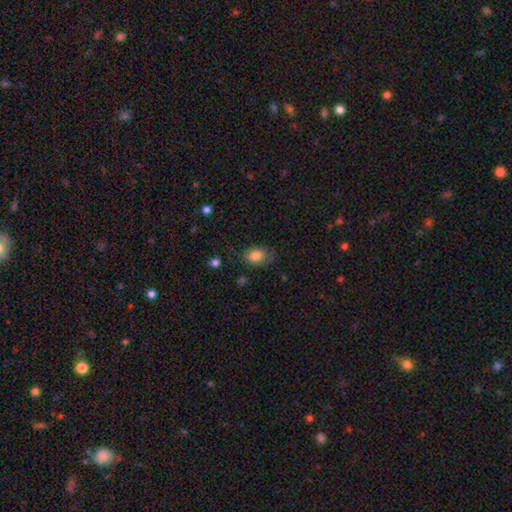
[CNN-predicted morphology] The model was most divided on "how rounded": in between: 71%, round: 28%, cigar-shaped: 1%. More confident: smooth or featured — smooth (84%); merging — none (68%).